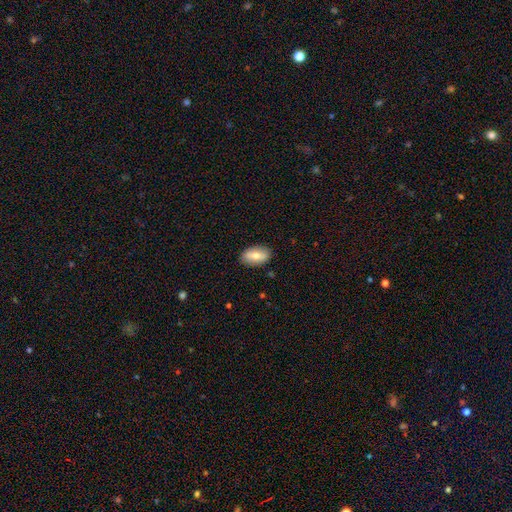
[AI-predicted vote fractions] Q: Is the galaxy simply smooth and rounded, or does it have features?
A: smooth — 74%.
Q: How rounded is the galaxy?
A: in between — 92%.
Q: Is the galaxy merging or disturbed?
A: none — 86%.